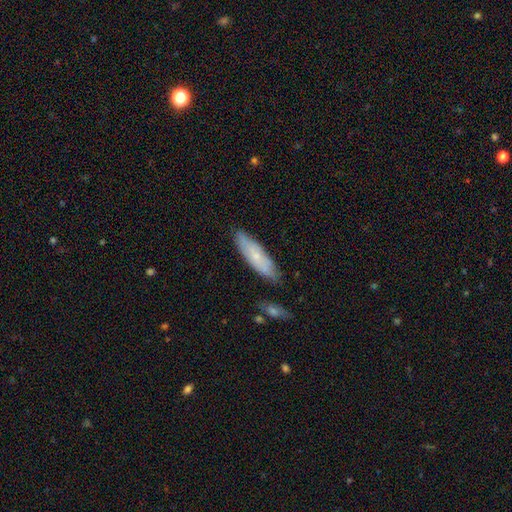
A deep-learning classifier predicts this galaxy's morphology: Smooth or featured: smooth — 58% (featured or disk — 34%)
How rounded: cigar-shaped — 65% (in between — 33%)
Merging: none — 80% (minor disturbance — 15%)